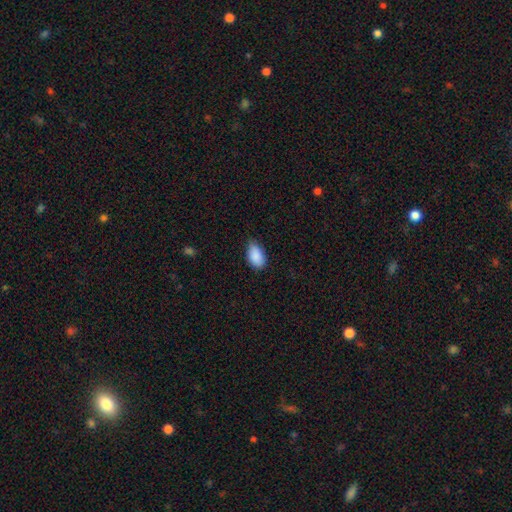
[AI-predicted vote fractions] smooth-or-featured: smooth: 89% | star or artifact: 7% | featured or disk: 4%
  how-rounded: in between: 92% | round: 6% | cigar-shaped: 2%
  merging: none: 69% | minor disturbance: 27% | major disturbance: 4% | merger: 1%